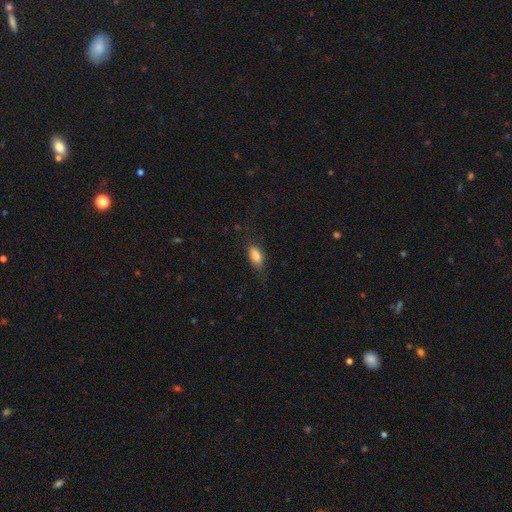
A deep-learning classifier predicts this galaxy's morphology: This is likely a smooth galaxy (78%). How rounded: clearly in between (83%). Merging: likely none (67%).